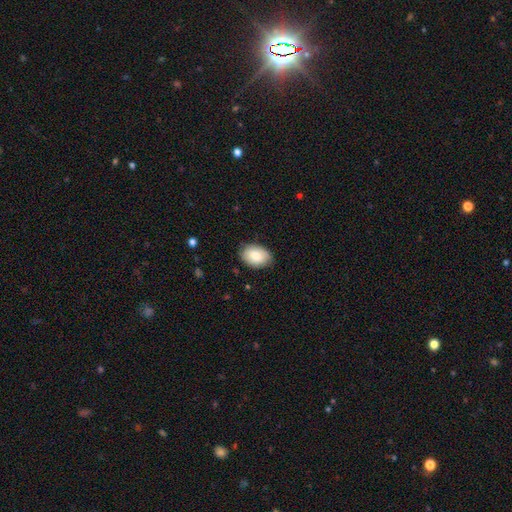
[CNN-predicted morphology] Smooth or featured? smooth (81%)
How rounded? in between (84%)
Merging? none (83%)